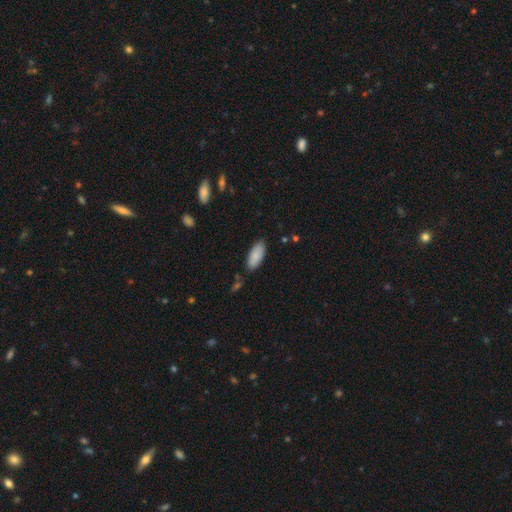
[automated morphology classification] Q: Smooth or featured?
A: smooth (87%); runner-up: featured or disk (7%)
Q: How rounded?
A: in between (85%); runner-up: cigar-shaped (14%)
Q: Merging?
A: none (83%); runner-up: minor disturbance (12%)